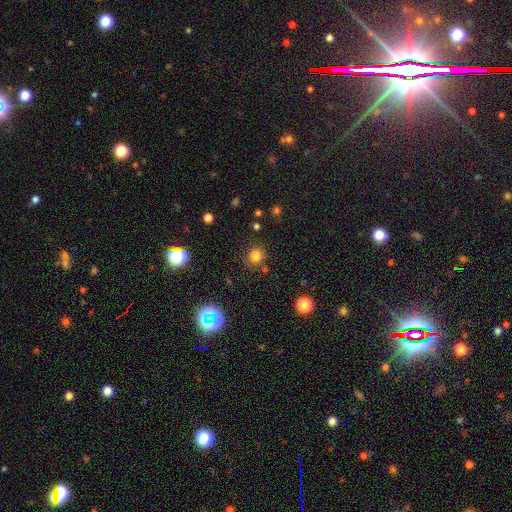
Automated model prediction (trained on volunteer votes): Smooth or featured? Predicted: smooth (p=0.76). How rounded? Predicted: round (p=0.86). Merging? Predicted: none (p=0.80).